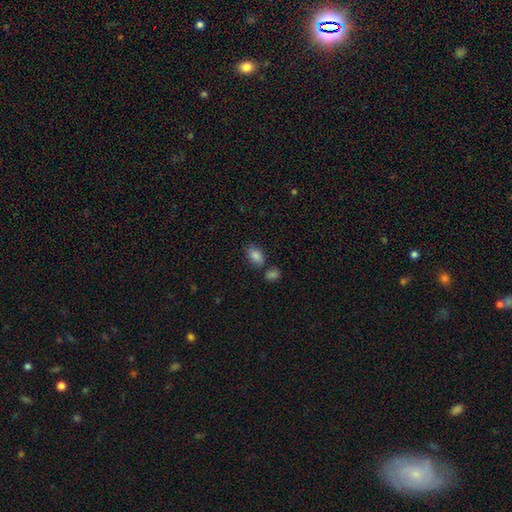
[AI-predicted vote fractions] Smooth or featured?
  - smooth: 83% *
  - star or artifact: 9%
  - featured or disk: 8%
How rounded?
  - in between: 90% *
  - round: 8%
  - cigar-shaped: 2%
Merging?
  - none: 67% *
  - merger: 15%
  - minor disturbance: 14%
  - major disturbance: 4%